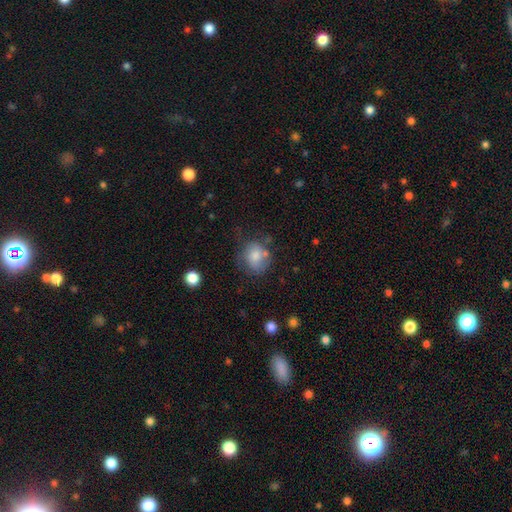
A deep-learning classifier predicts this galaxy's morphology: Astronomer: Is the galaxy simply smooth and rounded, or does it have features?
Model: smooth — 73%.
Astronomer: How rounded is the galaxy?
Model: round — 65%.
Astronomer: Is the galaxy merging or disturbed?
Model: none — 51% (runner-up: minor disturbance, 26%).